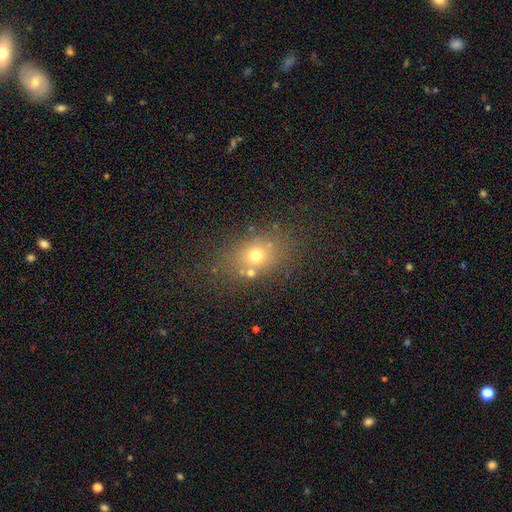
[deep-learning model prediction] Smooth or featured?
  - smooth: 66% *
  - star or artifact: 18%
  - featured or disk: 16%
How rounded?
  - in between: 58% *
  - round: 40%
  - cigar-shaped: 2%
Merging?
  - none: 72% *
  - minor disturbance: 13%
  - merger: 9%
  - major disturbance: 6%